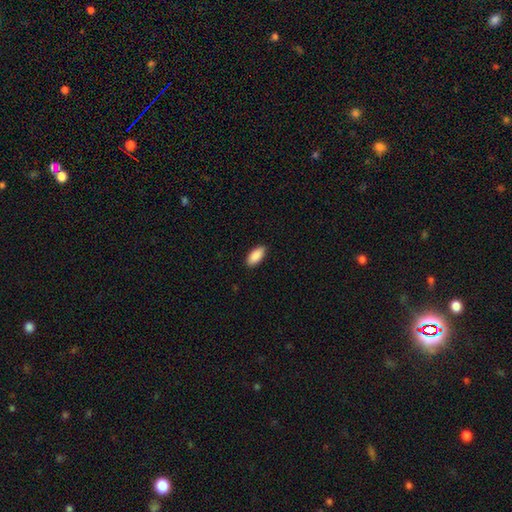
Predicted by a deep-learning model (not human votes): This appears to be a smooth galaxy with no disk features (91%) that is in between round and cigar-shaped (91%). Merging: none (89%).